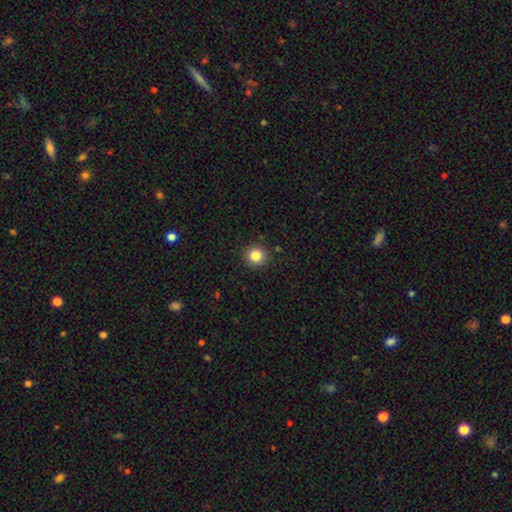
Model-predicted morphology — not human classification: The model was most divided on "smooth or featured": smooth: 83%, star or artifact: 11%, featured or disk: 5%. More confident: how rounded — round (92%); merging — none (91%).